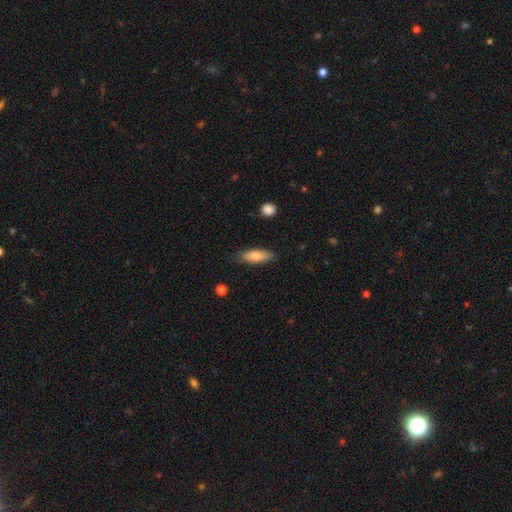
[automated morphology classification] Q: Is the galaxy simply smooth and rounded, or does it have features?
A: smooth — 75%.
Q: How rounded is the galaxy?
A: in between — 55%.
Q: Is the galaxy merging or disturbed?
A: none — 79%.